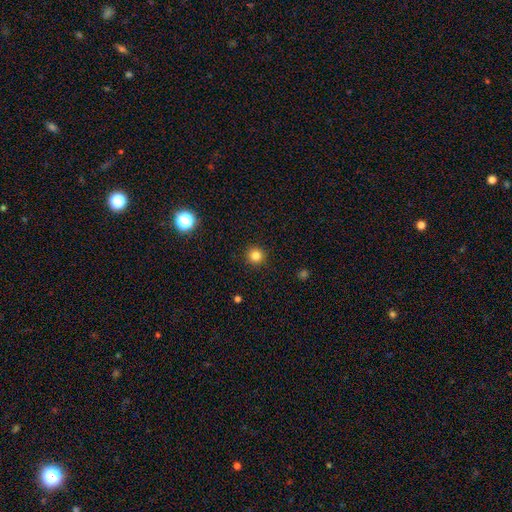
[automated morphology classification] Smooth or featured: smooth — 83% (star or artifact — 13%)
How rounded: round — 95% (in between — 4%)
Merging: none — 92% (minor disturbance — 5%)